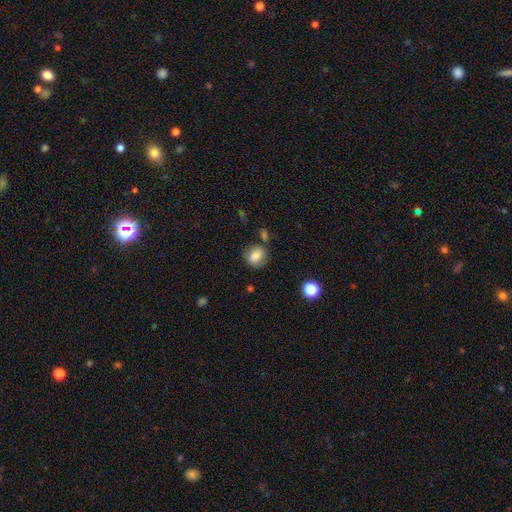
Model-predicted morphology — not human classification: Q: Smooth or featured?
A: smooth (72%); runner-up: featured or disk (18%)
Q: How rounded?
A: round (62%); runner-up: in between (37%)
Q: Merging?
A: none (69%); runner-up: minor disturbance (17%)